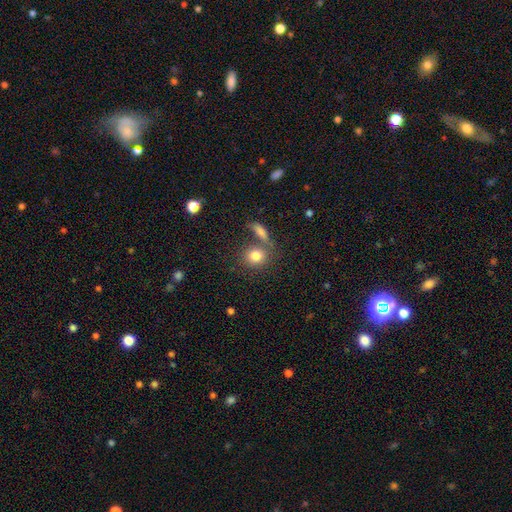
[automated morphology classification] A smooth galaxy with no disk features (82%) that is round (69%). Merging: none (59%).